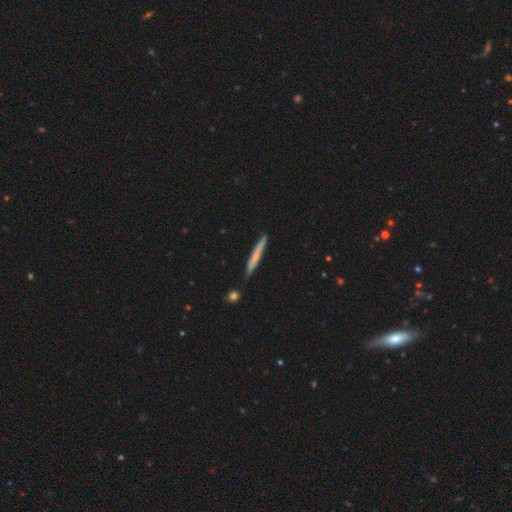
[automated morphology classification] smooth 59%, featured or disk 35%, star or artifact 6%. Down the decision tree: how rounded — cigar-shaped (97%); merging — none (88%).